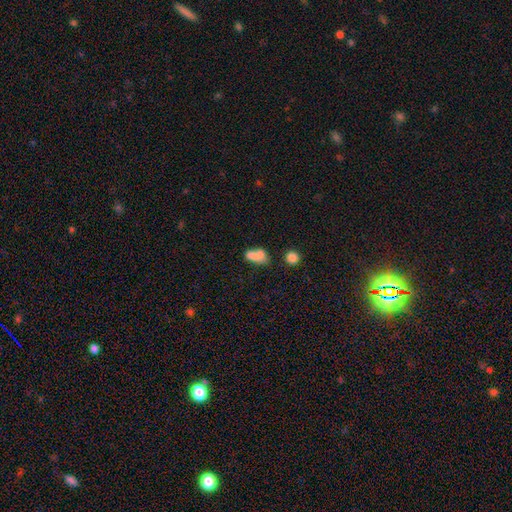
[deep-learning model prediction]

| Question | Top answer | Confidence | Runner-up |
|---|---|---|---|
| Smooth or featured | smooth | 73% | featured or disk (15%) |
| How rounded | in between | 82% | round (11%) |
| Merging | merger | 34% | none (30%) |